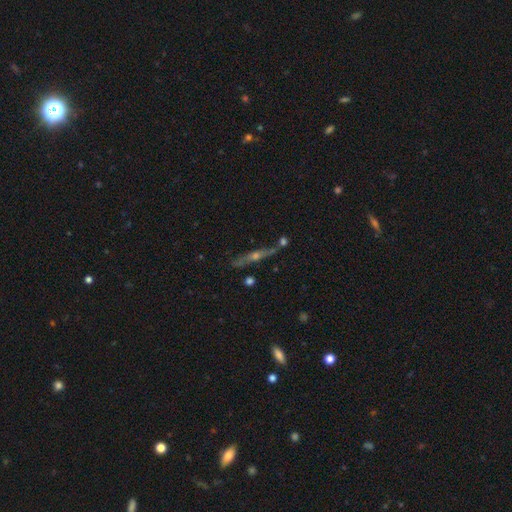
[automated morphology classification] A featured or disk galaxy (76%) viewed edge-on (95%) with a rounded central bulge (89%).

Vote fractions:
- Smooth or featured? featured or disk: 76% / smooth: 15% / star or artifact: 9%
- Edge-on disk? yes: 95% / no: 5%
- Edge-on bulge? rounded: 89% / none: 7% / boxy: 4%
- Merging? none: 79% / minor disturbance: 11% / merger: 7% / major disturbance: 3%